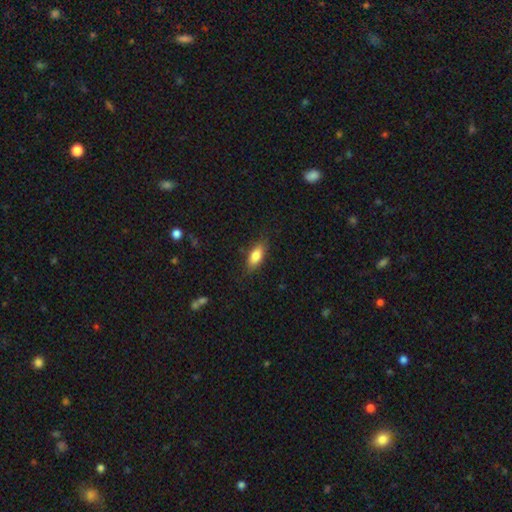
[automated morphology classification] smooth_or_featured: smooth (p=0.82) [alt: featured or disk p=0.12]
how_rounded: in between (p=0.81) [alt: cigar-shaped p=0.16]
merging: none (p=0.81) [alt: minor disturbance p=0.14]